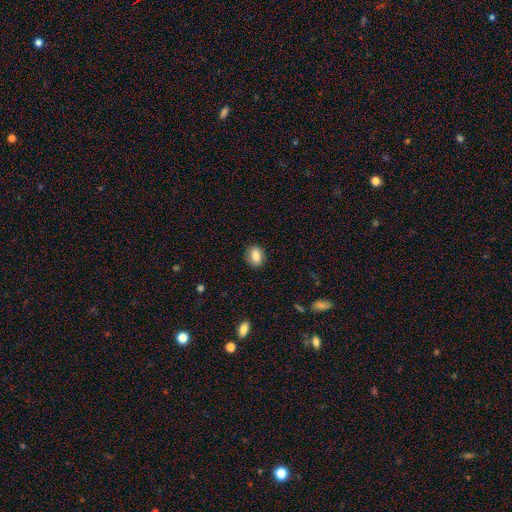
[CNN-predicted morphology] smooth_or_featured: smooth (p=0.83) [alt: featured or disk p=0.08]
how_rounded: in between (p=0.64) [alt: round p=0.34]
merging: none (p=0.85) [alt: minor disturbance p=0.11]